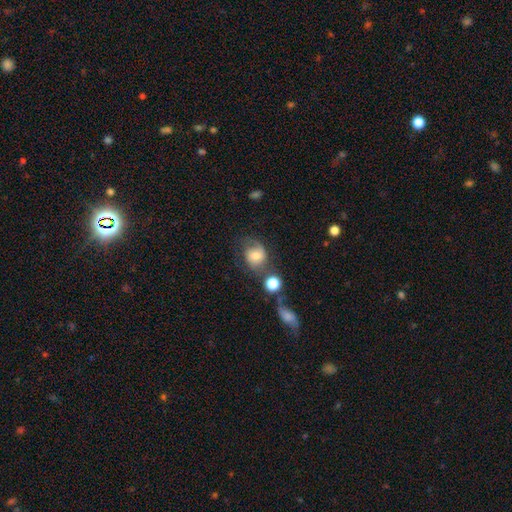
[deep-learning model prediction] smooth_or_featured: smooth (p=0.51) [alt: featured or disk p=0.38]
how_rounded: round (p=0.61) [alt: in between p=0.38]
merging: none (p=0.44) [alt: minor disturbance p=0.23]